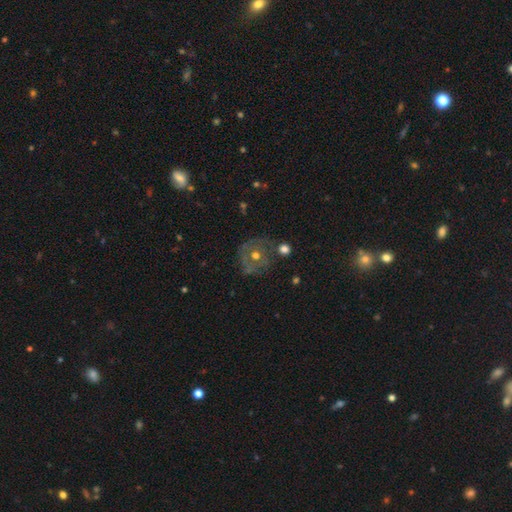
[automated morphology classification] Smooth or featured? Predicted: featured or disk (p=0.48). Merging? Predicted: none (p=0.59).